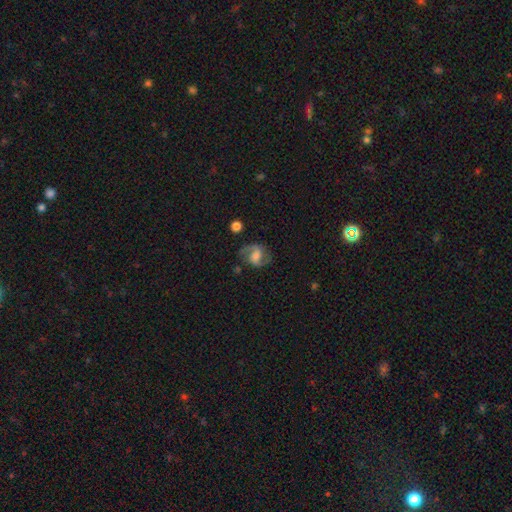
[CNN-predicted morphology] Smooth or featured? featured or disk (73%)
Edge-on disk? no (98%)
Bar? weak (49%)
Spiral arms? yes (93%)
Spiral winding? medium (49%)
Spiral arm count? 2 (87%)
Bulge size? moderate (40%)
Merging? none (70%)